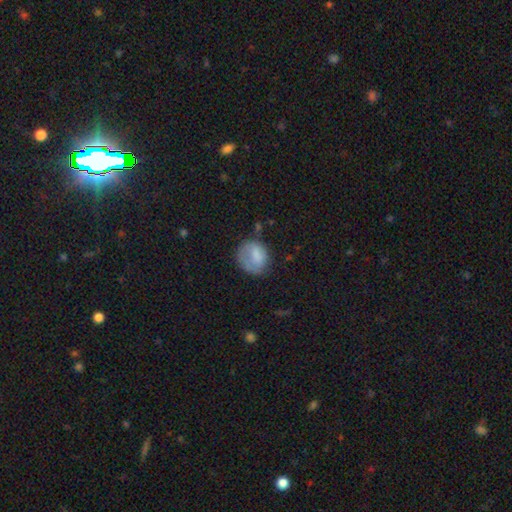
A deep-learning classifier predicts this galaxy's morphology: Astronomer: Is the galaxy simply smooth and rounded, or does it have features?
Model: smooth — 70%.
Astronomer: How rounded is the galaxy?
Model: round — 70%.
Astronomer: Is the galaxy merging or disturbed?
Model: none — 48% (runner-up: minor disturbance, 27%).